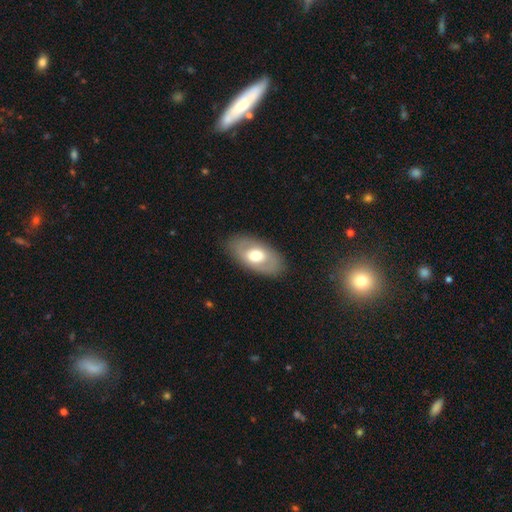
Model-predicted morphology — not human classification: A smooth galaxy with no disk features (52%) that is in between round and cigar-shaped (91%).

Vote fractions:
- Smooth or featured? smooth: 52% / featured or disk: 42% / star or artifact: 6%
- How rounded? in between: 91% / round: 6% / cigar-shaped: 3%
- Merging? none: 84% / minor disturbance: 11% / major disturbance: 4% / merger: 1%